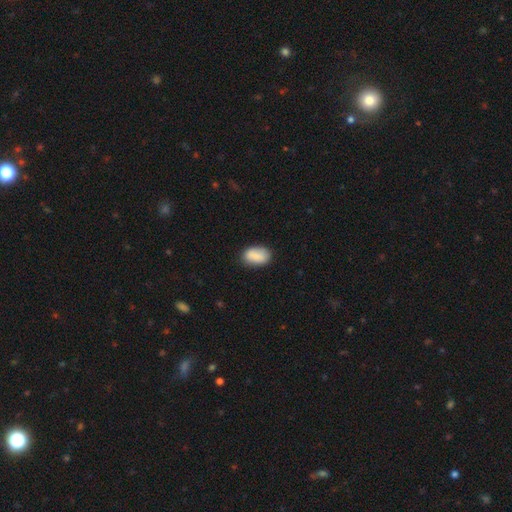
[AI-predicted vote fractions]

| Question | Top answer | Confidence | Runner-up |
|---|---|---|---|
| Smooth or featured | smooth | 87% | star or artifact (7%) |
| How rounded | in between | 90% | round (8%) |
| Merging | none | 79% | minor disturbance (16%) |